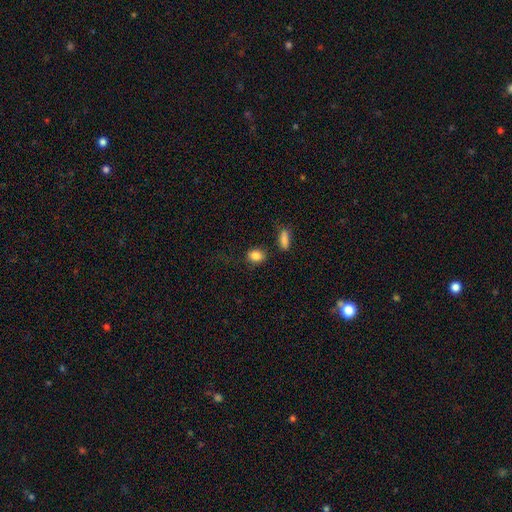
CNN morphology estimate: smooth-or-featured: smooth: 86% | star or artifact: 9% | featured or disk: 5%
  how-rounded: in between: 62% | round: 35% | cigar-shaped: 2%
  merging: none: 78% | minor disturbance: 13% | merger: 5% | major disturbance: 4%